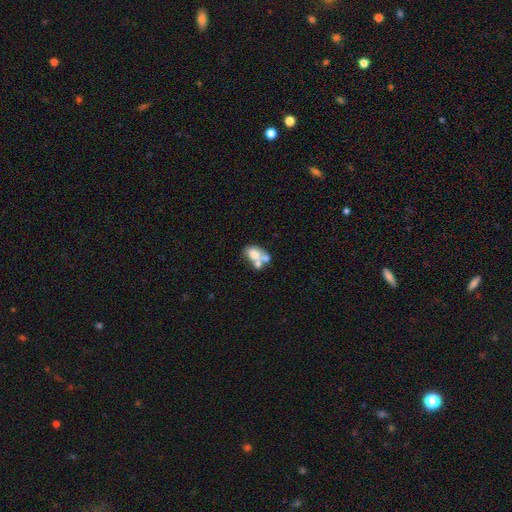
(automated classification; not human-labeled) This is possibly a smooth galaxy (59%). How rounded: clearly in between (81%). Merging: possibly merger (55%).